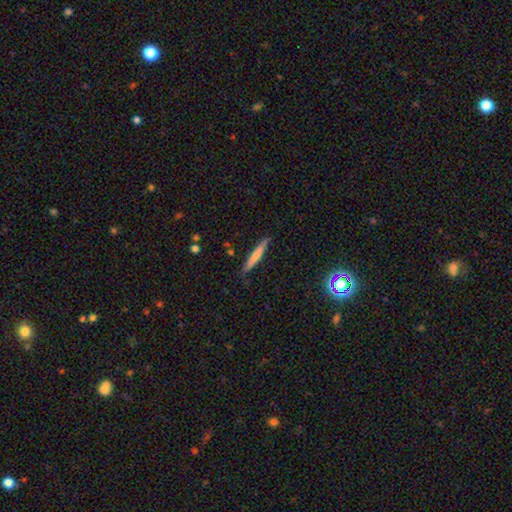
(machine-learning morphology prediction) Overall: smooth (66%; featured or disk 28%). How rounded: cigar-shaped (94%). Merging: none (87%).